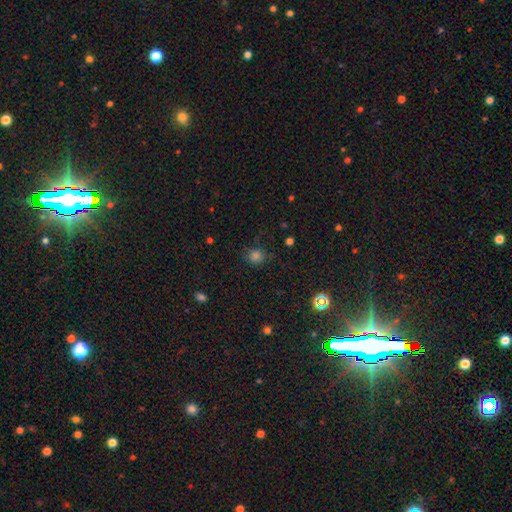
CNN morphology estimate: A smooth galaxy with no disk features (72%) that is round (84%). Merging: none (77%).